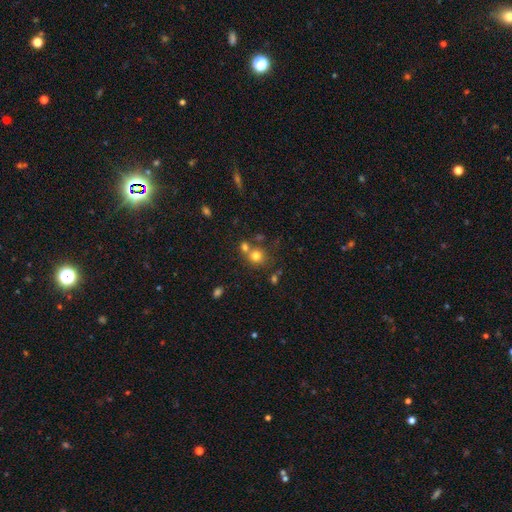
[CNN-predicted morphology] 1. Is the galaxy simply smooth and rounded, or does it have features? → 75% smooth, 15% star or artifact, 10% featured or disk.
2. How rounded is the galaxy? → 85% round, 14% in between, 1% cigar-shaped.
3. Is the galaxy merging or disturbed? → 56% none, 31% merger, 9% minor disturbance, 4% major disturbance.